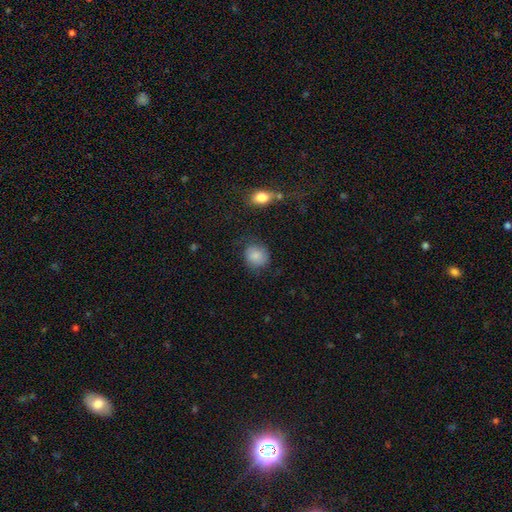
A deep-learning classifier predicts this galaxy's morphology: type=smooth (82%); roundness=round (77%); merging=none (68%).